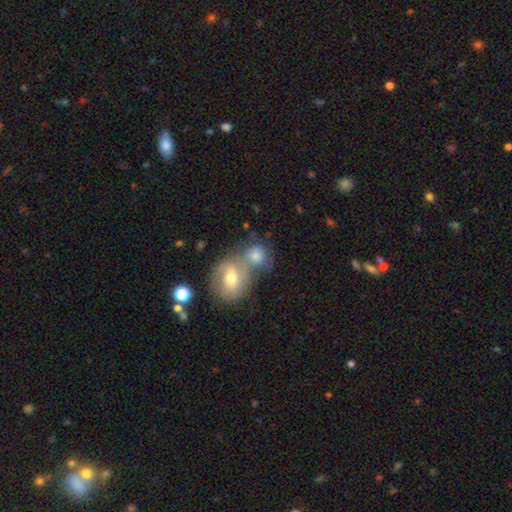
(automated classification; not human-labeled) The model was most divided on "smooth or featured": smooth: 60%, featured or disk: 31%, star or artifact: 9%. More confident: how rounded — round (68%); merging — merger (59%).